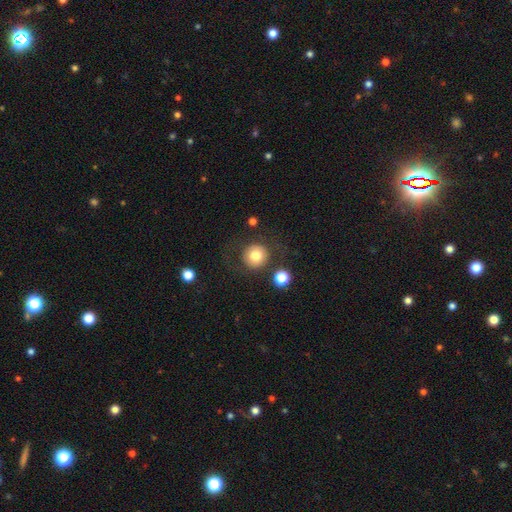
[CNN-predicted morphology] smooth 79%, featured or disk 11%, star or artifact 10%. Down the decision tree: how rounded — round (93%); merging — none (79%).